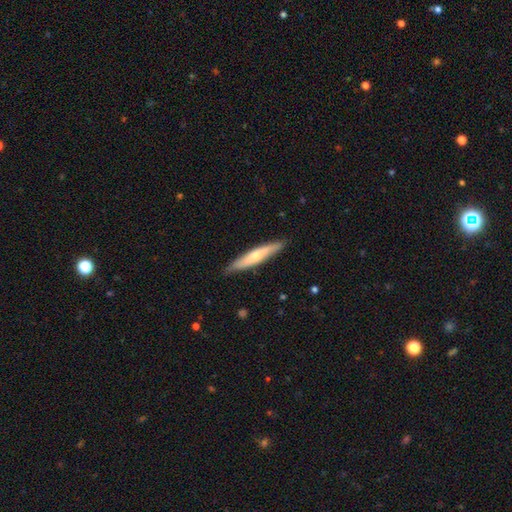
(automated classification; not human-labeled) Q: Smooth or featured?
A: smooth (51%); runner-up: featured or disk (44%)
Q: How rounded?
A: cigar-shaped (90%); runner-up: in between (8%)
Q: Merging?
A: none (87%); runner-up: minor disturbance (10%)